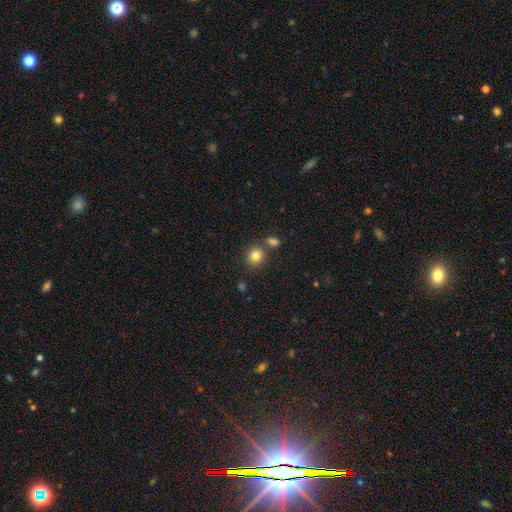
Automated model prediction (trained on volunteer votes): This appears to be a smooth galaxy with no disk features (83%) that is round (76%). Merging: none (72%).